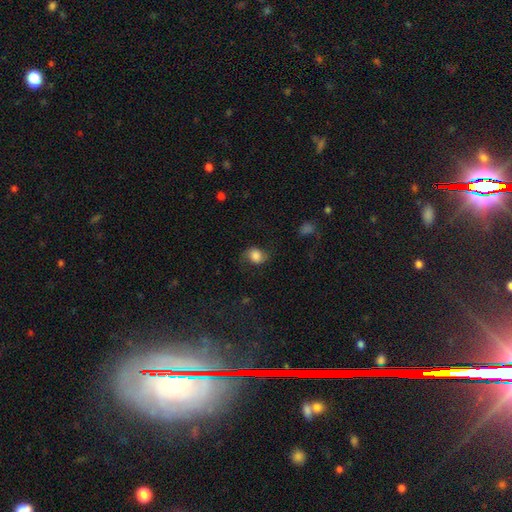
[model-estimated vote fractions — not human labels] Q: Smooth or featured?
A: smooth (69%); runner-up: featured or disk (21%)
Q: How rounded?
A: round (52%); runner-up: in between (47%)
Q: Merging?
A: none (62%); runner-up: minor disturbance (24%)